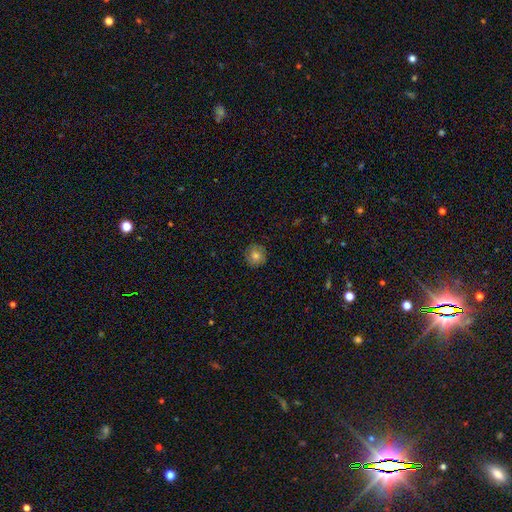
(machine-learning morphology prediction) The model was most divided on "smooth or featured": smooth: 69%, featured or disk: 21%, star or artifact: 10%. More confident: how rounded — round (92%); merging — none (85%).